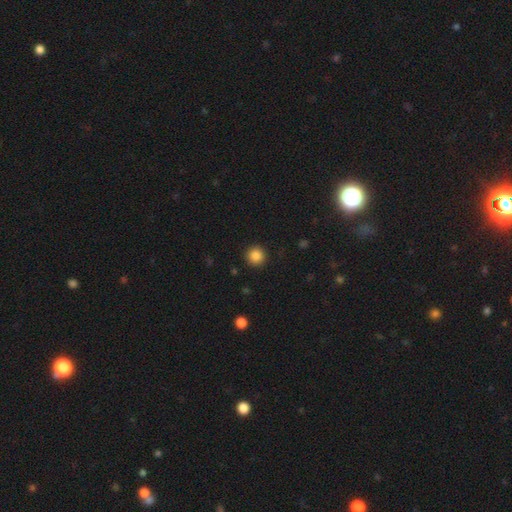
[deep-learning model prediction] Smooth or featured?
  - smooth: 86% *
  - star or artifact: 10%
  - featured or disk: 4%
How rounded?
  - round: 95% *
  - in between: 4%
  - cigar-shaped: 1%
Merging?
  - none: 92% *
  - minor disturbance: 5%
  - major disturbance: 2%
  - merger: 1%